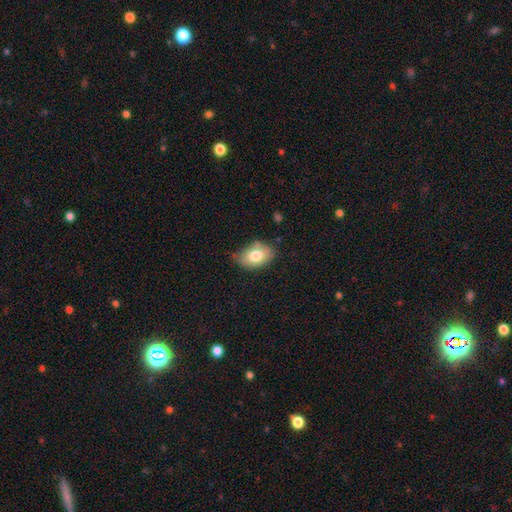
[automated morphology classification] type=smooth (77%); roundness=in between (86%); merging=none (61%).